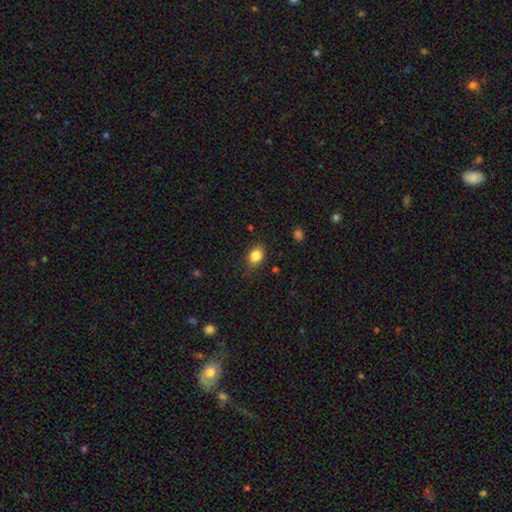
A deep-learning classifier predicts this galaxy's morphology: smooth_or_featured: smooth (p=0.84) [alt: star or artifact p=0.10]
how_rounded: in between (p=0.51) [alt: round p=0.48]
merging: none (p=0.77) [alt: minor disturbance p=0.17]